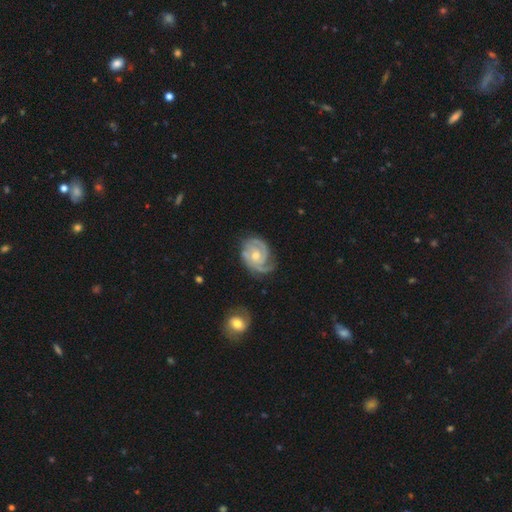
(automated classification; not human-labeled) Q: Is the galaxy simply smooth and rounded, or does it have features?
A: featured or disk — 89%.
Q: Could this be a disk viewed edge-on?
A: no — 98%.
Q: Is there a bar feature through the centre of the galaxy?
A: no — 65%.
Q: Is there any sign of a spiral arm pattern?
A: yes — 97%.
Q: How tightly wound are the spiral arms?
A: tight — 65%.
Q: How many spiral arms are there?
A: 2 — 44%.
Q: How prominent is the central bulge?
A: moderate — 61%.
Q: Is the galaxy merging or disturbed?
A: none — 67%.